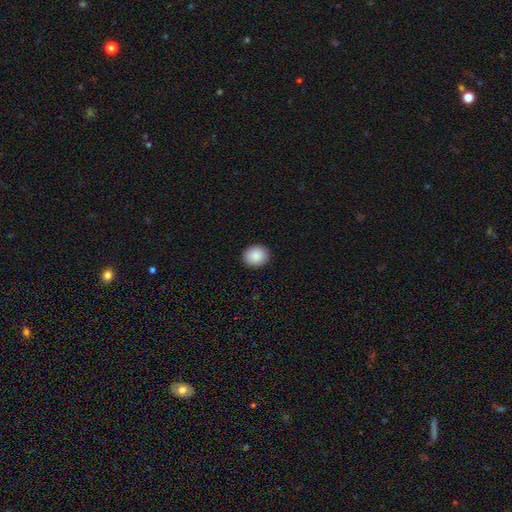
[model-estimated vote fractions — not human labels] Smooth or featured? smooth (89%)
How rounded? round (68%)
Merging? none (92%)